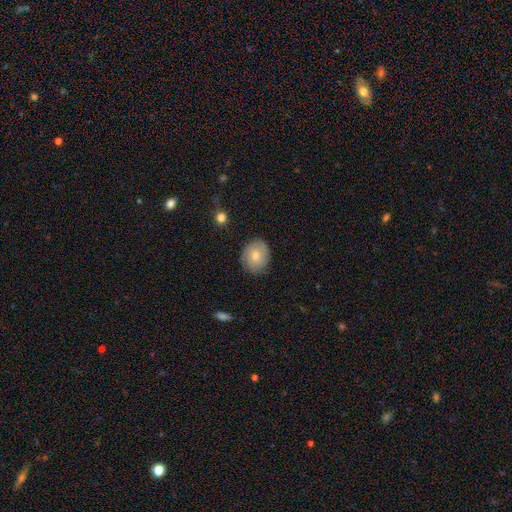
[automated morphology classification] type=smooth (67%); roundness=round (71%); merging=none (81%).